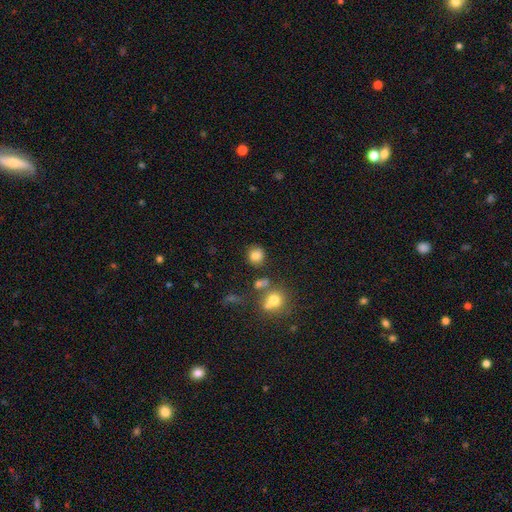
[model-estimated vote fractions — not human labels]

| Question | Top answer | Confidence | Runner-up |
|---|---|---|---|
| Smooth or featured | smooth | 80% | star or artifact (13%) |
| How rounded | round | 83% | in between (16%) |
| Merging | none | 77% | minor disturbance (11%) |